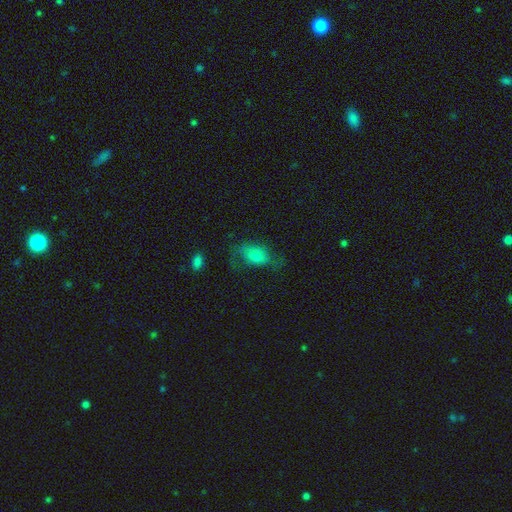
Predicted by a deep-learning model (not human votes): smooth_or_featured: smooth (p=0.52) [alt: featured or disk p=0.34]
how_rounded: in between (p=0.83) [alt: round p=0.12]
merging: none (p=0.51) [alt: minor disturbance p=0.24]